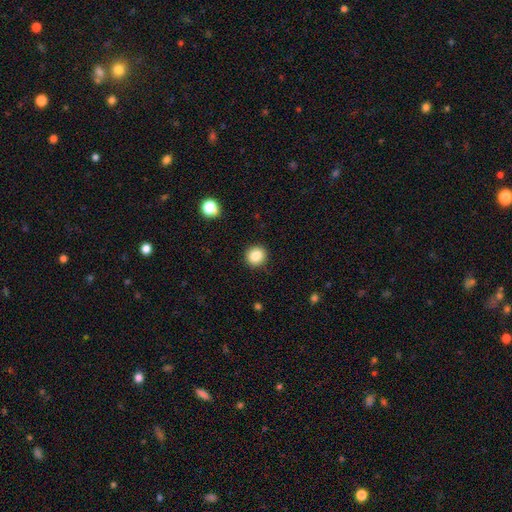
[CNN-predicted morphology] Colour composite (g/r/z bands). It shows a smooth galaxy with no disk features (84%) that is round (92%). Merging: none (91%).